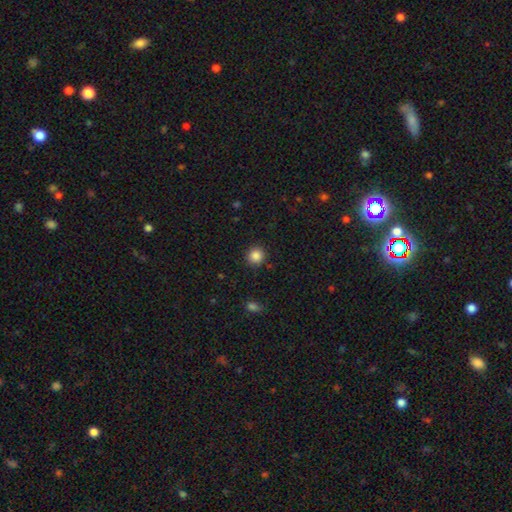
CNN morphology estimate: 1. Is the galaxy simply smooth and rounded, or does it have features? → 86% smooth, 10% star or artifact, 4% featured or disk.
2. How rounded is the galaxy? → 92% round, 7% in between, 1% cigar-shaped.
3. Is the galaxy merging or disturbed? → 90% none, 6% minor disturbance, 2% major disturbance, 1% merger.